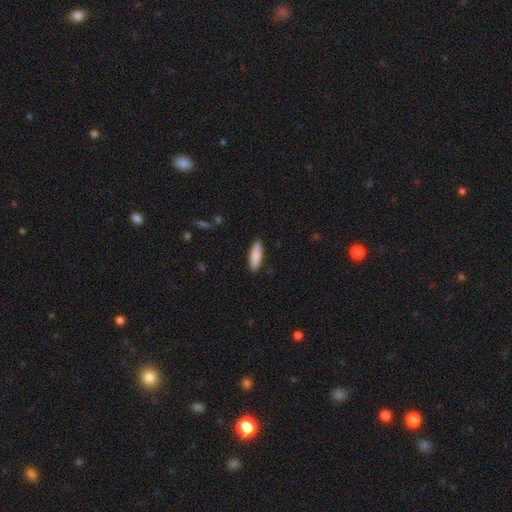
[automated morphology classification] This appears to be a smooth galaxy with no disk features (87%) that is cigar-shaped (55%). Merging: none (89%).